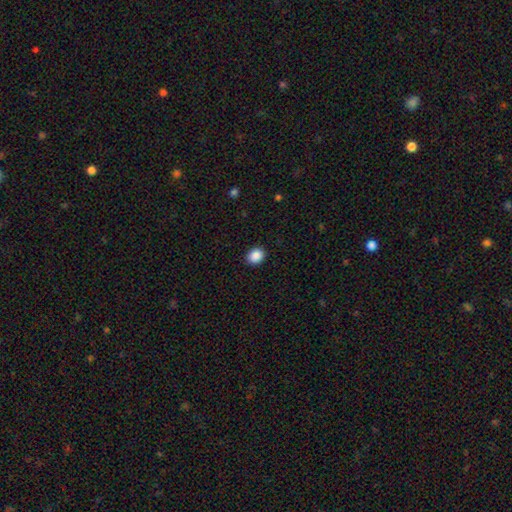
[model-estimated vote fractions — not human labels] Smooth or featured?
  - smooth: 89% *
  - star or artifact: 9%
  - featured or disk: 2%
How rounded?
  - round: 58% *
  - in between: 41%
  - cigar-shaped: 1%
Merging?
  - none: 90% *
  - minor disturbance: 7%
  - major disturbance: 2%
  - merger: 1%